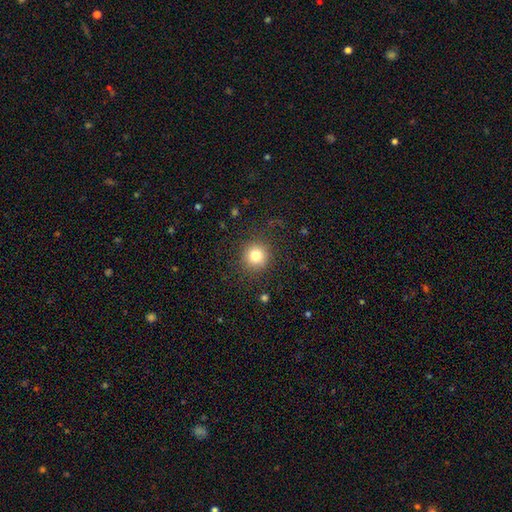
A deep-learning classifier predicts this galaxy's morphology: Smooth or featured? Predicted: smooth (p=0.80). How rounded? Predicted: round (p=0.93). Merging? Predicted: none (p=0.89).